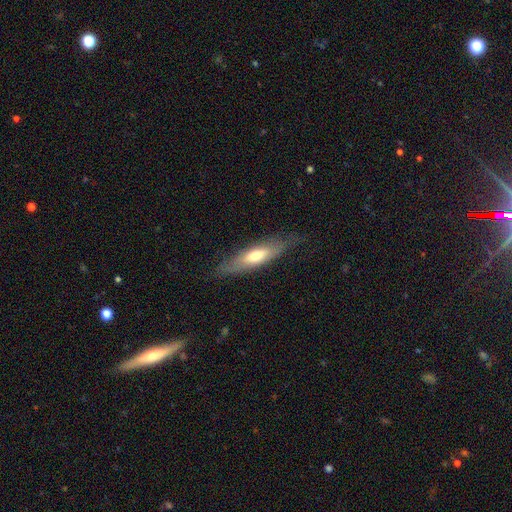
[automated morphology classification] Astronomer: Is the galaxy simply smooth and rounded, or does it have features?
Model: smooth — 56% (runner-up: featured or disk, 38%).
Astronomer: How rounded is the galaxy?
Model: cigar-shaped — 60% (runner-up: in between, 38%).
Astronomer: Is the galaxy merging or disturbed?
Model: none — 73%.